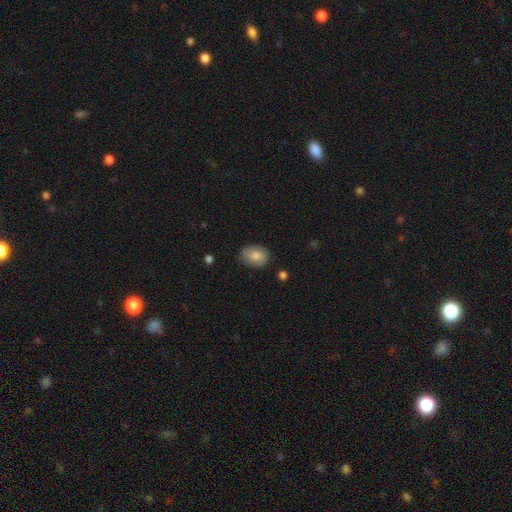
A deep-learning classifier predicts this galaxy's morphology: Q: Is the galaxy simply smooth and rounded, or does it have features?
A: smooth — 79%.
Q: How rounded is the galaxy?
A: in between — 64%.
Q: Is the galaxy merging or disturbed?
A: none — 78%.